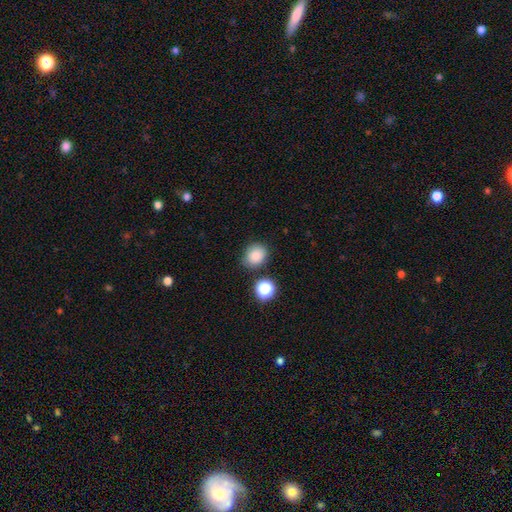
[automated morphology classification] Overall: smooth (83%). How rounded: round (59%; in between 40%). Merging: none (78%).